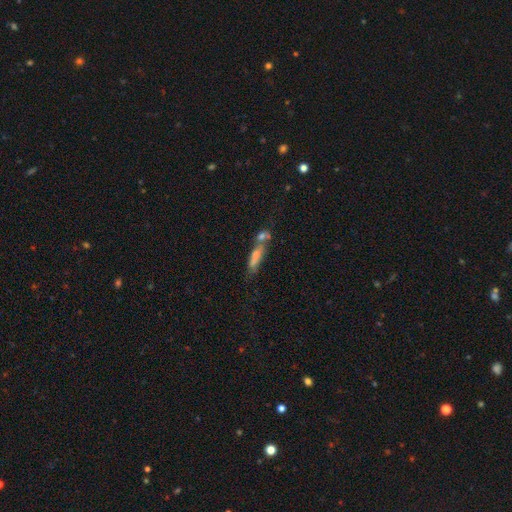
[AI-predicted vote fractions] smooth 46%, featured or disk 39%, star or artifact 15%. Down the decision tree: merging — none (41%).